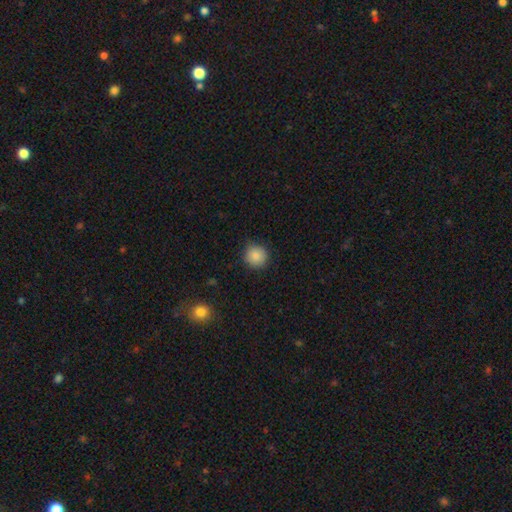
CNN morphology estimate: Overall: smooth (87%). How rounded: round (93%). Merging: none (88%).